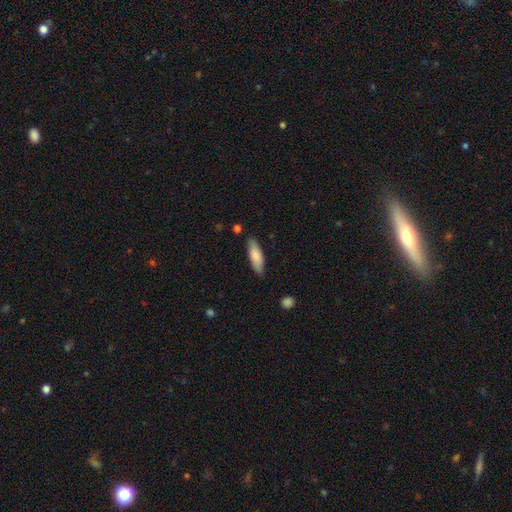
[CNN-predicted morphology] smooth_or_featured: smooth (p=0.82) [alt: featured or disk p=0.13]
how_rounded: in between (p=0.52) [alt: cigar-shaped p=0.46]
merging: none (p=0.84) [alt: minor disturbance p=0.12]